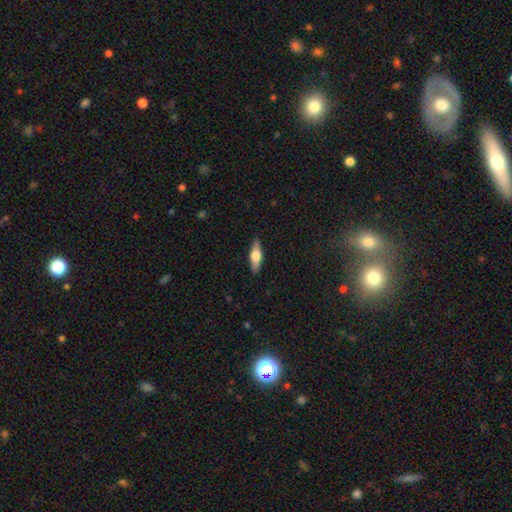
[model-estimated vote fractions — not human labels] Smooth or featured: smooth — 47% (tied with featured or disk — 47%)
Merging: none — 88% (minor disturbance — 9%)